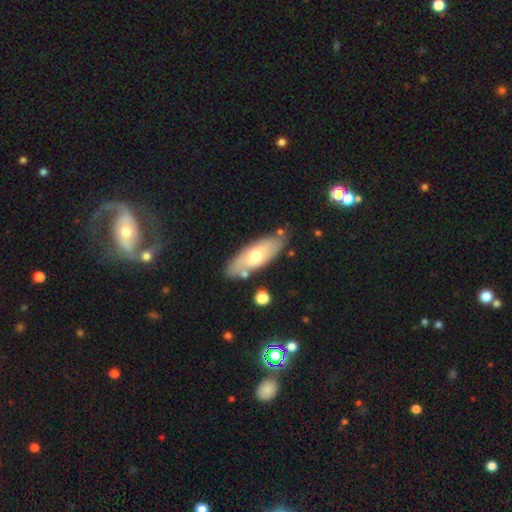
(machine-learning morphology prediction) This appears to be a smooth galaxy with no disk features (54%) that is in between round and cigar-shaped (72%). Merging: none (78%).